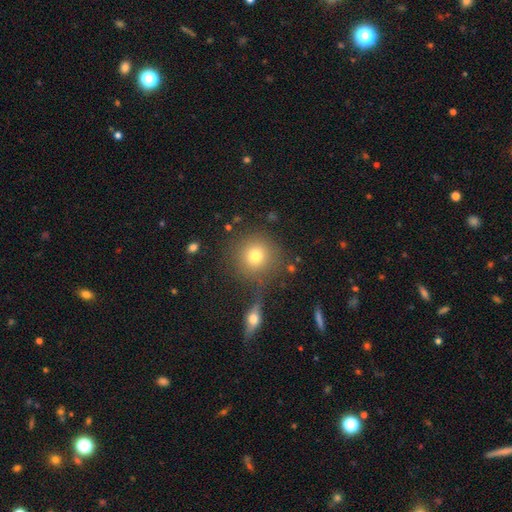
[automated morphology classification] smooth_or_featured: smooth (p=0.75) [alt: star or artifact p=0.14]
how_rounded: round (p=0.92) [alt: in between p=0.07]
merging: none (p=0.74) [alt: merger p=0.12]